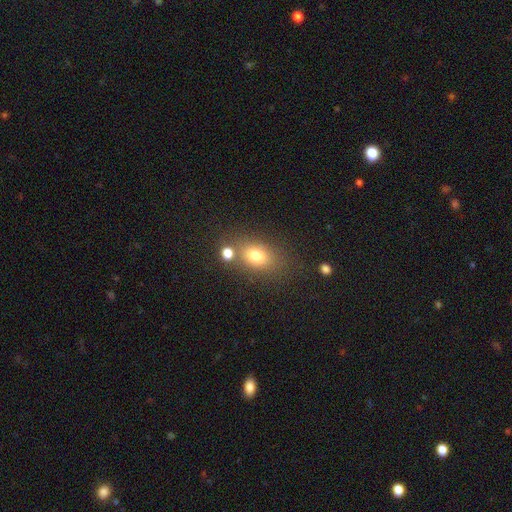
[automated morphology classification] smooth-or-featured: smooth: 75% | star or artifact: 13% | featured or disk: 12%
  how-rounded: in between: 72% | round: 26% | cigar-shaped: 3%
  merging: none: 65% | merger: 16% | minor disturbance: 14% | major disturbance: 6%